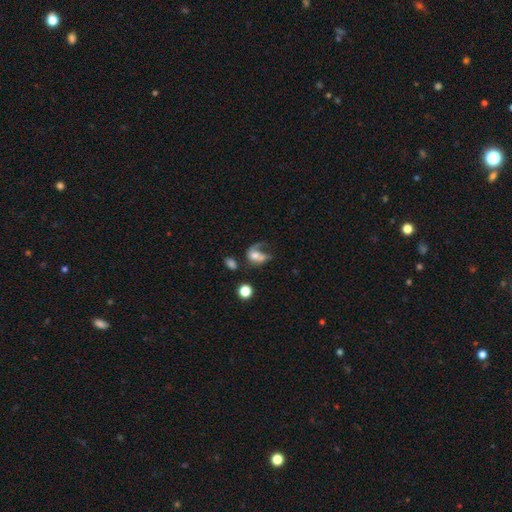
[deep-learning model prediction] Morphology: type=smooth (44%, tied with featured or disk); merging=major disturbance (45%).